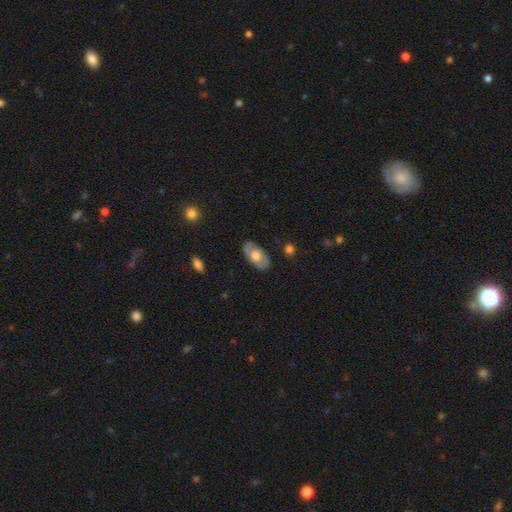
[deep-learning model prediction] A featured or disk galaxy (53%).

Vote fractions:
- Smooth or featured? featured or disk: 53% / smooth: 41% / star or artifact: 5%
- Edge-on disk? no: 88% / yes: 12%
- Merging? none: 81% / minor disturbance: 15% / major disturbance: 3% / merger: 1%